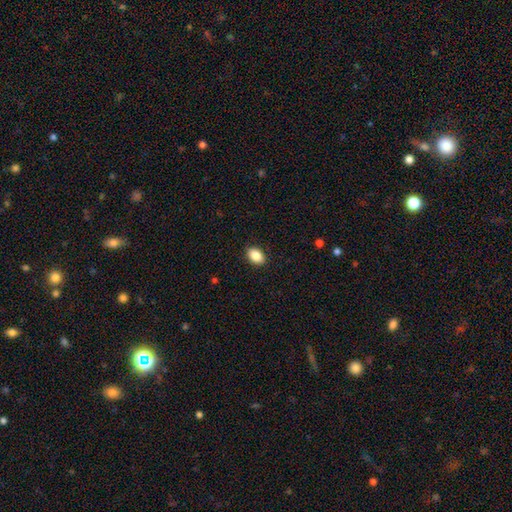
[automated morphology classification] Smooth or featured? smooth (88%)
How rounded? in between (86%)
Merging? none (89%)